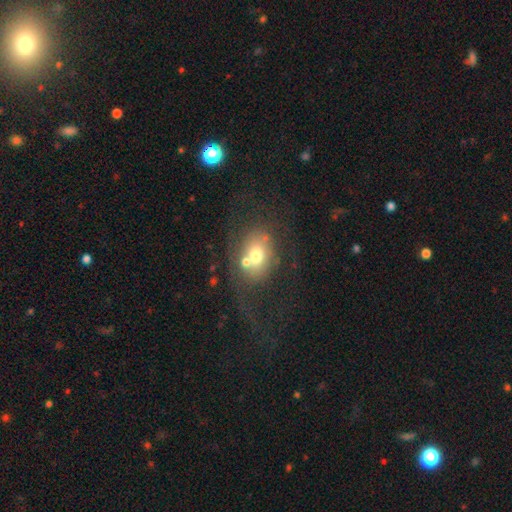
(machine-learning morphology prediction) A smooth galaxy with no disk features (59%) that is in between round and cigar-shaped (54%).

Vote fractions:
- Smooth or featured? smooth: 59% / featured or disk: 29% / star or artifact: 12%
- How rounded? in between: 54% / round: 44% / cigar-shaped: 1%
- Merging? none: 41% / merger: 26% / major disturbance: 18% / minor disturbance: 15%